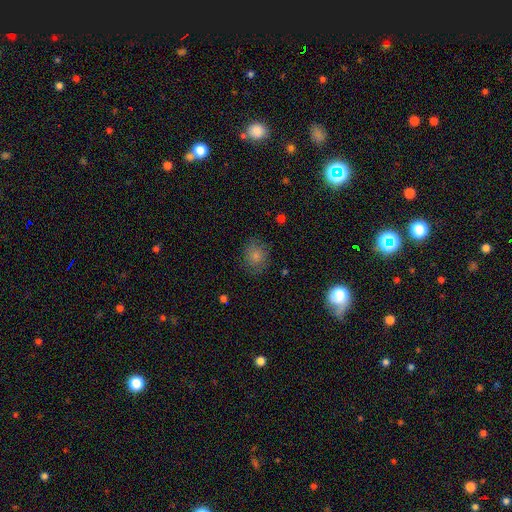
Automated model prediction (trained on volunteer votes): Smooth or featured? smooth (80%)
How rounded? round (70%)
Merging? none (78%)